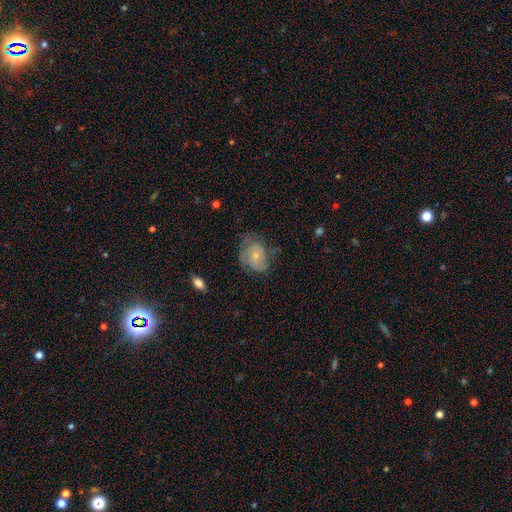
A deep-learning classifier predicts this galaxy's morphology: Smooth or featured? smooth (52%)
How rounded? in between (57%)
Merging? none (46%)